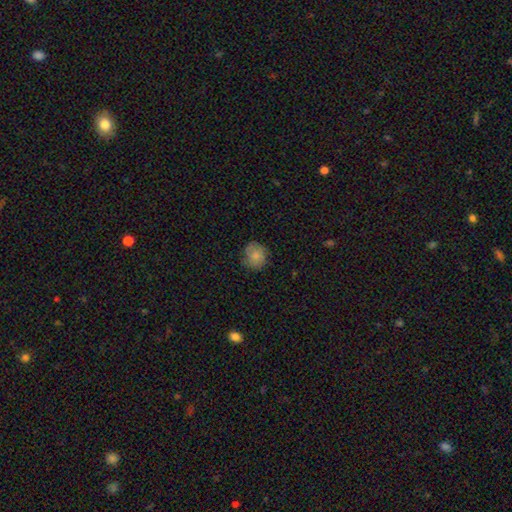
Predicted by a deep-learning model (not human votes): Smooth or featured?
  - smooth: 80% *
  - featured or disk: 12%
  - star or artifact: 8%
How rounded?
  - round: 84% *
  - in between: 15%
  - cigar-shaped: 1%
Merging?
  - none: 75% *
  - minor disturbance: 19%
  - major disturbance: 5%
  - merger: 1%